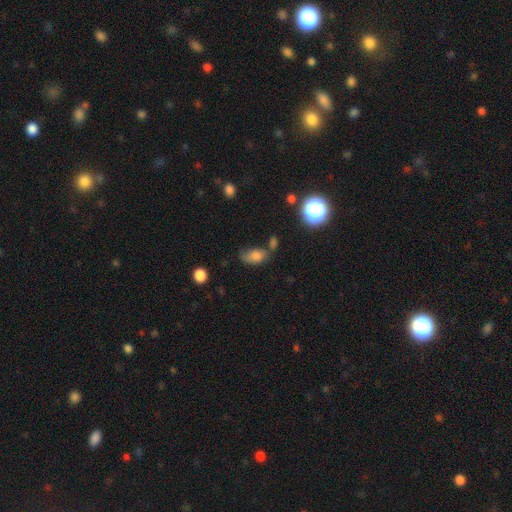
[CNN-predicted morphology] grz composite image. It shows a smooth galaxy with no disk features (75%) that is in between round and cigar-shaped (88%). Merging: none (45%).